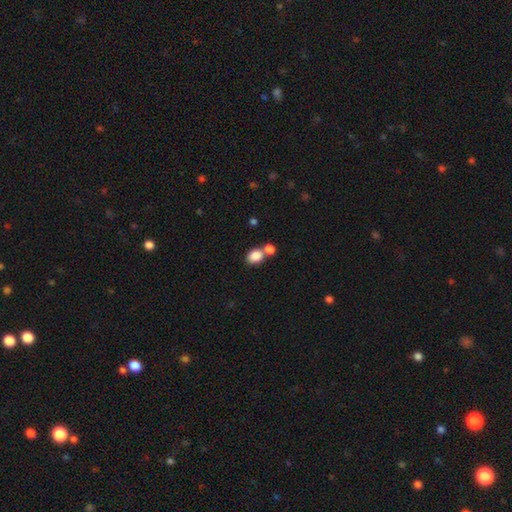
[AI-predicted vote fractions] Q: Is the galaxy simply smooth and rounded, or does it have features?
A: smooth — 85%.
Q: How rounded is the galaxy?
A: in between — 64%.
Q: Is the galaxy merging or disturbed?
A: none — 45%.